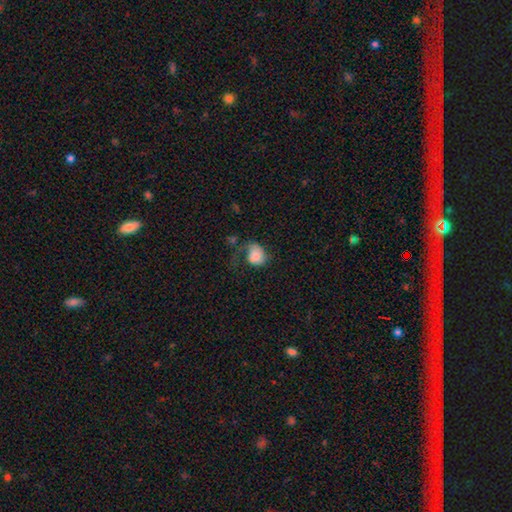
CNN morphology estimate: The model was most divided on "how rounded": round: 52%, in between: 47%, cigar-shaped: 1%. Remaining: smooth or featured — smooth (62%); merging — major disturbance (49%).